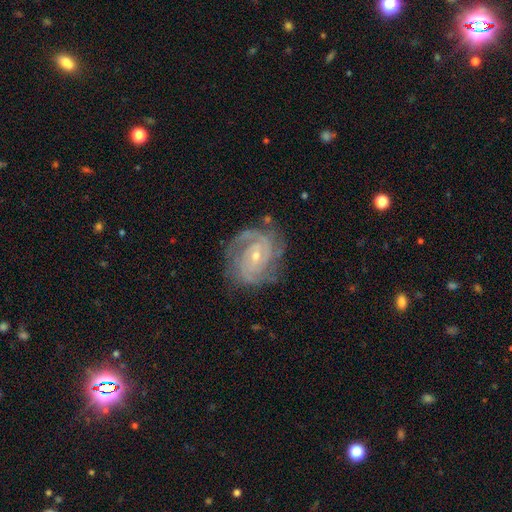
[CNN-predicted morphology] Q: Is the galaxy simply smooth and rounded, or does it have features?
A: featured or disk — 89%.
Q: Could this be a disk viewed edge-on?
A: no — 97%.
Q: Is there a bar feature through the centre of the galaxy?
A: no — 56%.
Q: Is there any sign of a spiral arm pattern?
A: yes — 97%.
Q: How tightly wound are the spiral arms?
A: tight — 63%.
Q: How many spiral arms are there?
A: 2 — 37%.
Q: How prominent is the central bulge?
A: small — 69%.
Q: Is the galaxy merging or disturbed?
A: none — 75%.